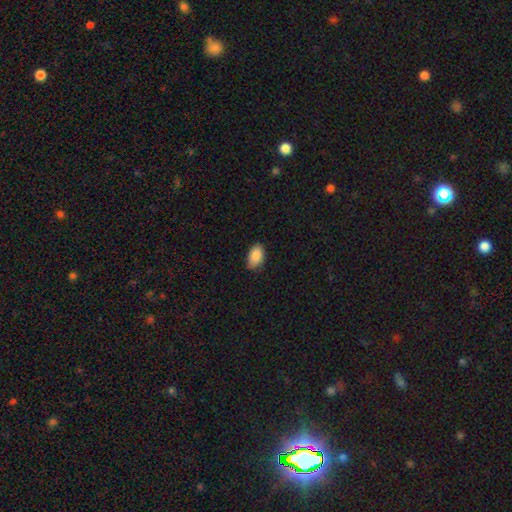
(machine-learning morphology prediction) Overall: smooth (88%). How rounded: in between (92%). Merging: none (78%).